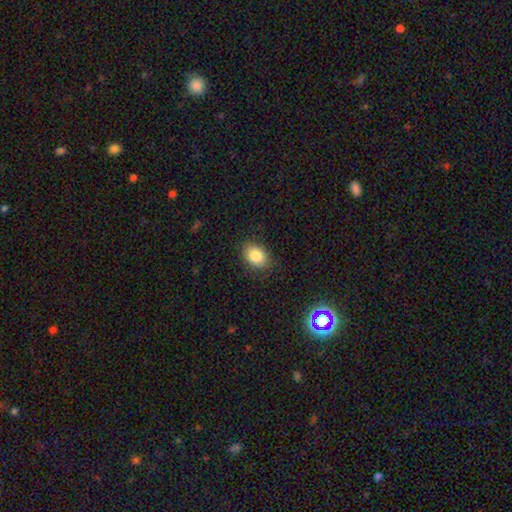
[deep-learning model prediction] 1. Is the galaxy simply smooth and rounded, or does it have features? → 84% smooth, 9% star or artifact, 7% featured or disk.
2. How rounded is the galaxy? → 75% in between, 24% round, 1% cigar-shaped.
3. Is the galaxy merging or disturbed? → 84% none, 12% minor disturbance, 3% major disturbance, 1% merger.